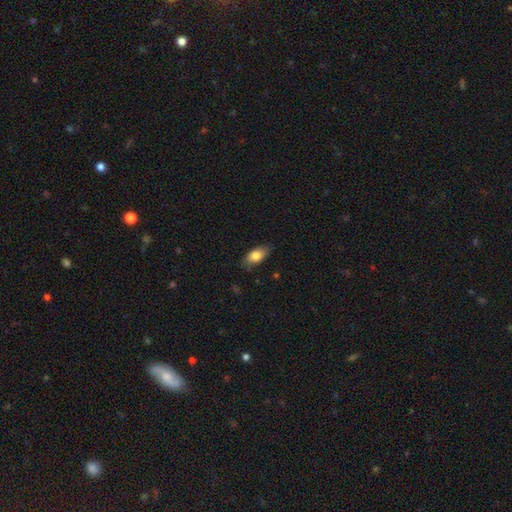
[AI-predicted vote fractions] Smooth or featured?
  - smooth: 80% *
  - featured or disk: 13%
  - star or artifact: 7%
How rounded?
  - in between: 88% *
  - cigar-shaped: 7%
  - round: 5%
Merging?
  - none: 79% *
  - minor disturbance: 17%
  - major disturbance: 3%
  - merger: 1%